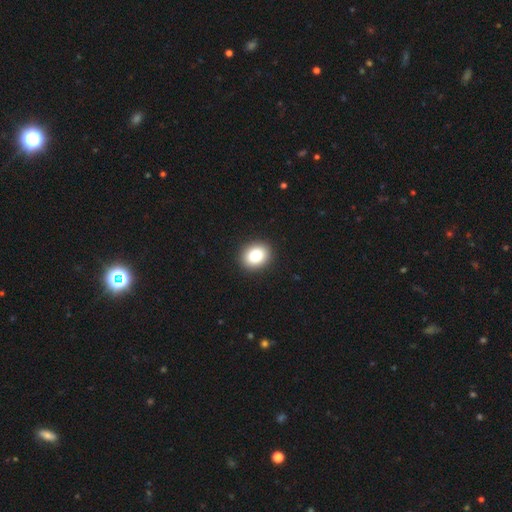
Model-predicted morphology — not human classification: Smooth or featured? Predicted: smooth (p=0.81). How rounded? Predicted: round (p=0.56). Merging? Predicted: none (p=0.92).